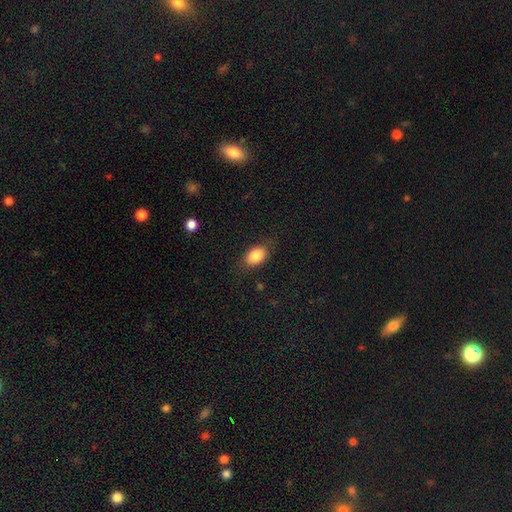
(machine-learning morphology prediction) Smooth or featured? Predicted: smooth (p=0.83). How rounded? Predicted: in between (p=0.85). Merging? Predicted: none (p=0.77).